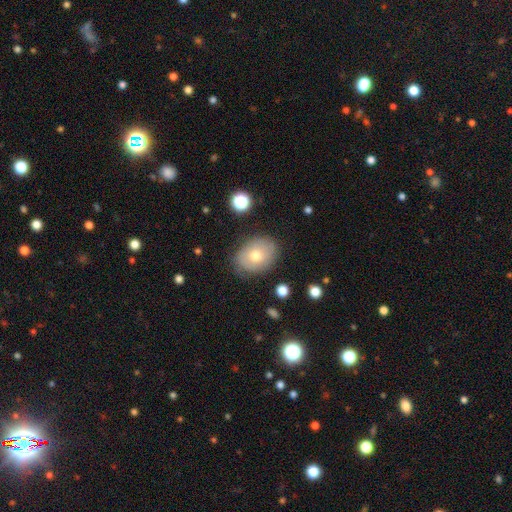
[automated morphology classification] A smooth galaxy with no disk features (60%) that is in between round and cigar-shaped (62%). Merging: none (77%).